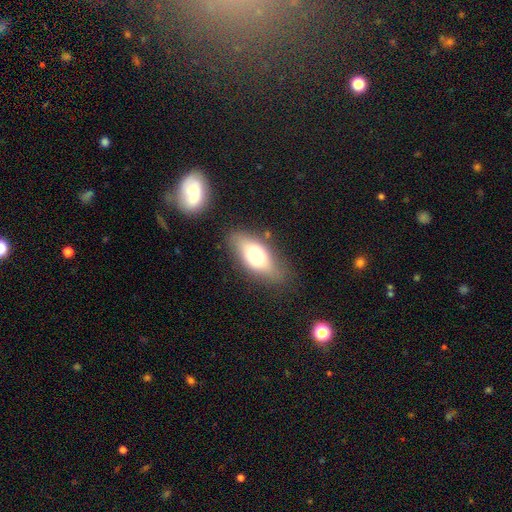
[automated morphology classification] This is likely a smooth galaxy (67%). How rounded: clearly in between (81%). Merging: likely none (76%).